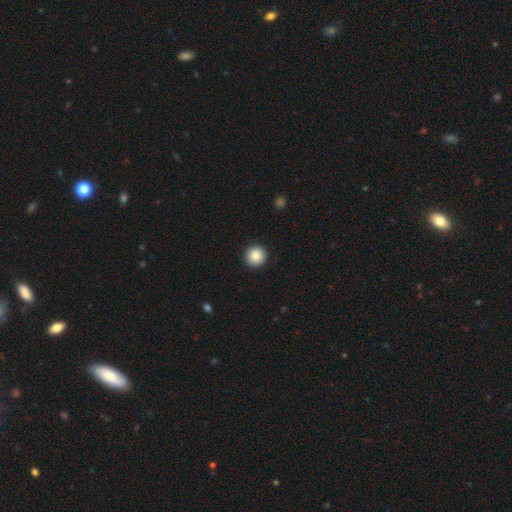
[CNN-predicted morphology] smooth-or-featured: smooth: 88% | star or artifact: 8% | featured or disk: 4%
  how-rounded: round: 95% | in between: 4% | cigar-shaped: 1%
  merging: none: 93% | minor disturbance: 5% | major disturbance: 2% | merger: 1%